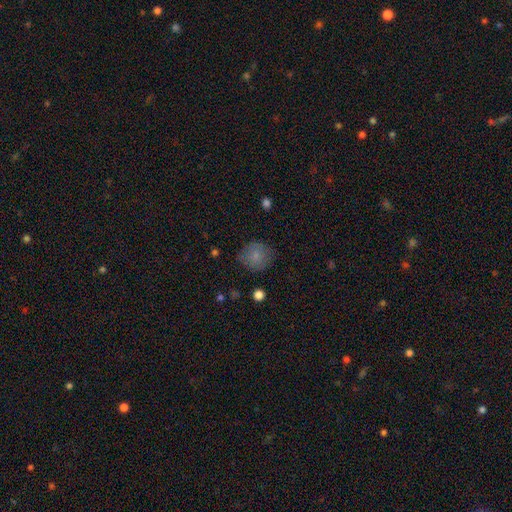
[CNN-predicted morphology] Q: Smooth or featured?
A: smooth (81%); runner-up: featured or disk (10%)
Q: How rounded?
A: round (87%); runner-up: in between (12%)
Q: Merging?
A: none (79%); runner-up: minor disturbance (15%)